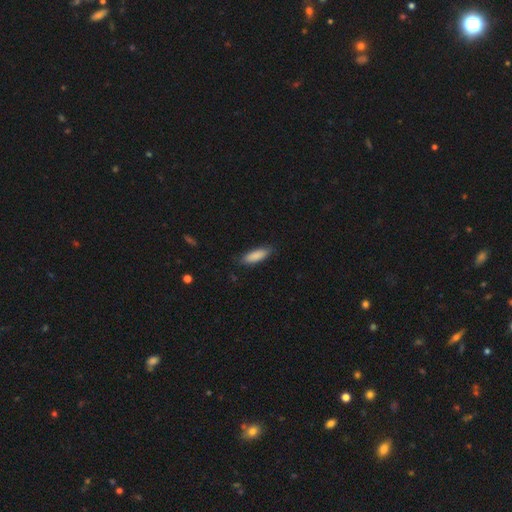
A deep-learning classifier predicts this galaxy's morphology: A smooth galaxy with no disk features (87%) that is in between round and cigar-shaped (52%). Merging: none (84%).